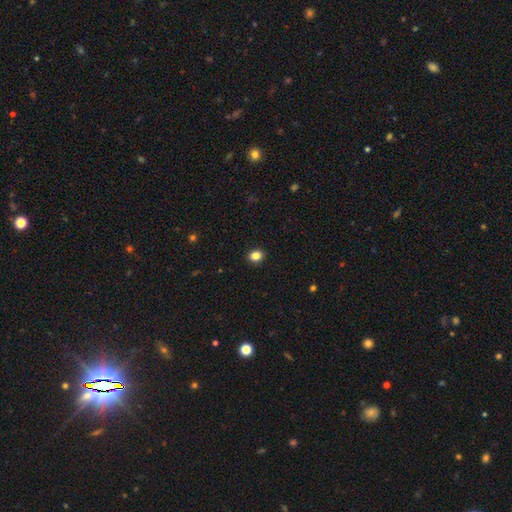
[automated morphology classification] Smooth or featured?
  - smooth: 84% *
  - star or artifact: 11%
  - featured or disk: 4%
How rounded?
  - round: 63% *
  - in between: 37%
  - cigar-shaped: 1%
Merging?
  - none: 92% *
  - minor disturbance: 6%
  - major disturbance: 2%
  - merger: 1%